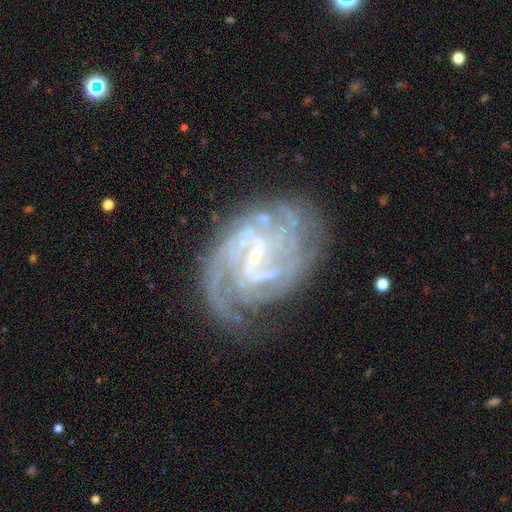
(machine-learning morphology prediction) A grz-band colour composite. It shows a featured or disk galaxy (90%) with a weak bar (52%), 2 (27%) tight (54%) spiral arms (97%) and a small central bulge (78%). Merging: none (69%).